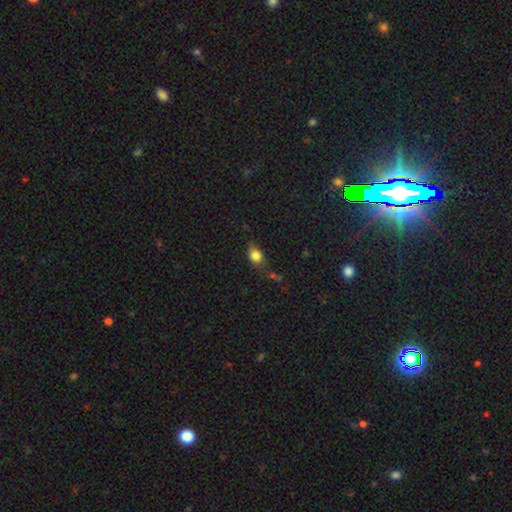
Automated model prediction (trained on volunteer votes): The model was most divided on "how rounded": in between: 62%, round: 35%, cigar-shaped: 3%. More confident: smooth or featured — smooth (81%); merging — none (59%).